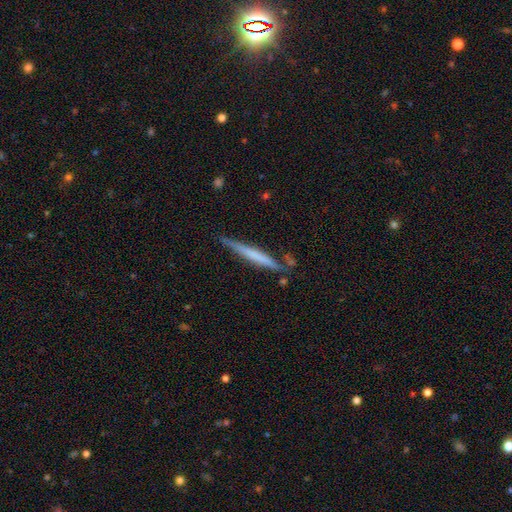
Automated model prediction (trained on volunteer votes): This is possibly a smooth galaxy (50%). How rounded: clearly cigar-shaped (96%). Merging: likely none (77%).